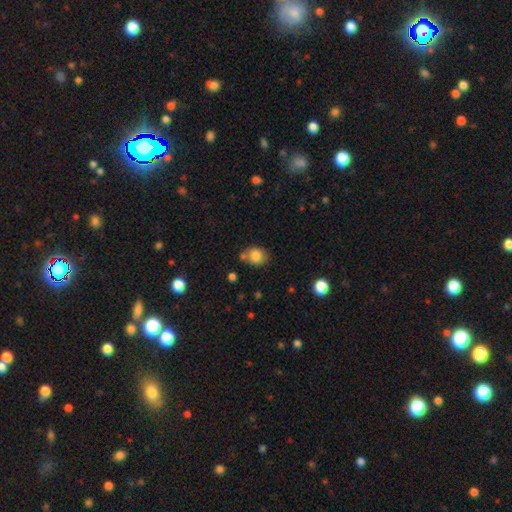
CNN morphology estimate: smooth_or_featured: smooth (p=0.81) [alt: star or artifact p=0.10]
how_rounded: round (p=0.59) [alt: in between p=0.40]
merging: none (p=0.64) [alt: minor disturbance p=0.17]